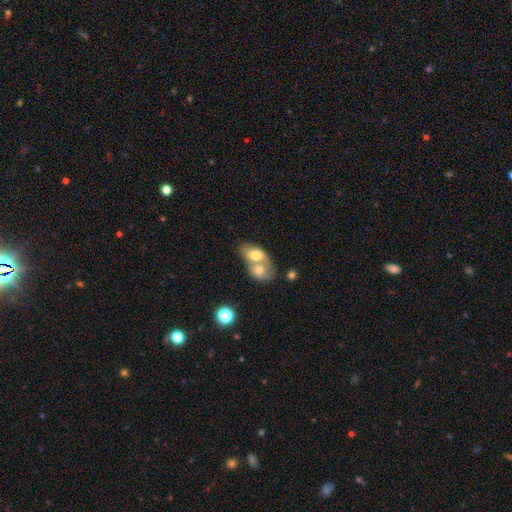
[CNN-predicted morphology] Smooth or featured?
  - smooth: 69% *
  - featured or disk: 24%
  - star or artifact: 7%
How rounded?
  - in between: 81% *
  - round: 17%
  - cigar-shaped: 3%
Merging?
  - merger: 77% *
  - none: 14%
  - minor disturbance: 5%
  - major disturbance: 3%